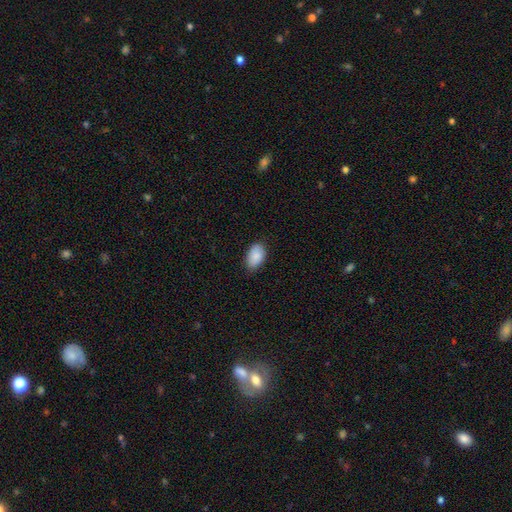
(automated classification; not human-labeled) This is clearly a smooth galaxy (89%). How rounded: clearly in between (92%). Merging: clearly none (81%).